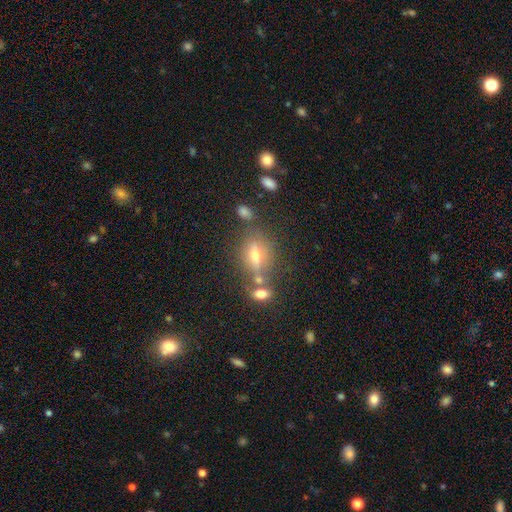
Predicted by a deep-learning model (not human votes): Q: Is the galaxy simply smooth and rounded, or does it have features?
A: smooth — 51%.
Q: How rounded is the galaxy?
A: in between — 68%.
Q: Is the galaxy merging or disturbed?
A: none — 59%.